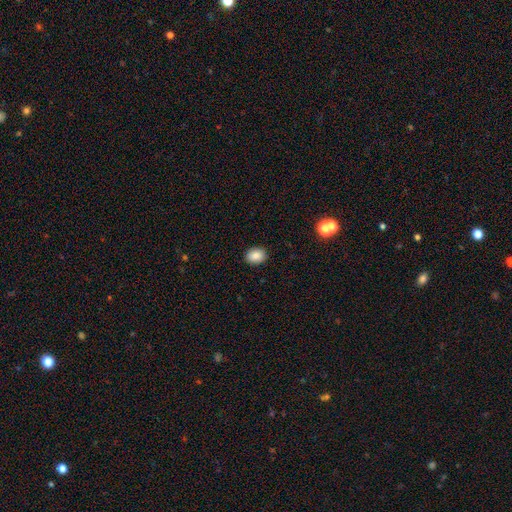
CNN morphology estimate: Smooth or featured: smooth — 87% (star or artifact — 9%)
How rounded: in between — 57% (round — 42%)
Merging: none — 90% (minor disturbance — 7%)